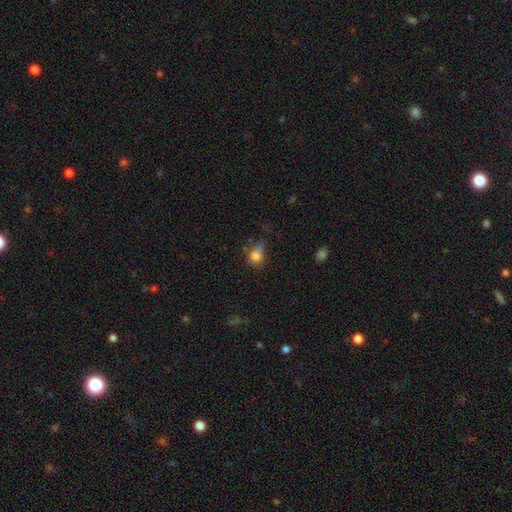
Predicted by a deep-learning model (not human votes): A smooth galaxy with no disk features (79%) that is round (53%). Merging: none (39%).